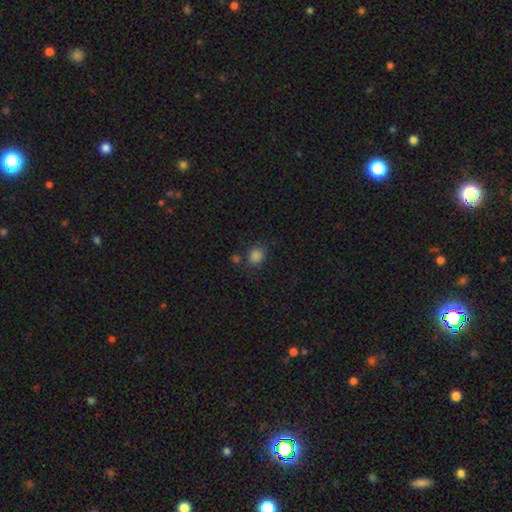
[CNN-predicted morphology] Q: Smooth or featured?
A: smooth (83%); runner-up: star or artifact (13%)
Q: How rounded?
A: round (70%); runner-up: in between (29%)
Q: Merging?
A: none (73%); runner-up: minor disturbance (14%)